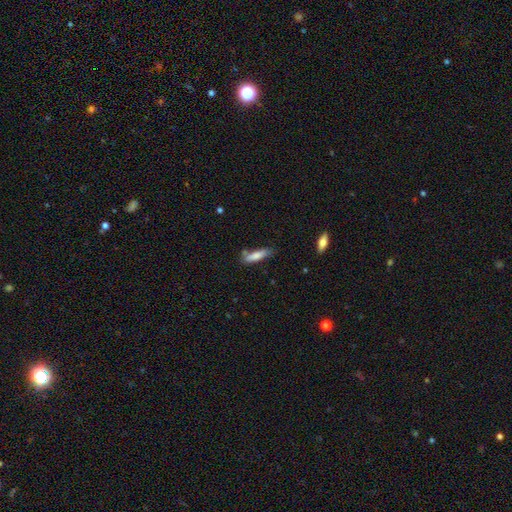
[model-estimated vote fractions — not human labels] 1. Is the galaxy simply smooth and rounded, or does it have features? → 78% smooth, 15% featured or disk, 7% star or artifact.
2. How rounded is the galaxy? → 71% cigar-shaped, 28% in between, 2% round.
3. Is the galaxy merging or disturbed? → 63% none, 23% minor disturbance, 9% merger, 5% major disturbance.